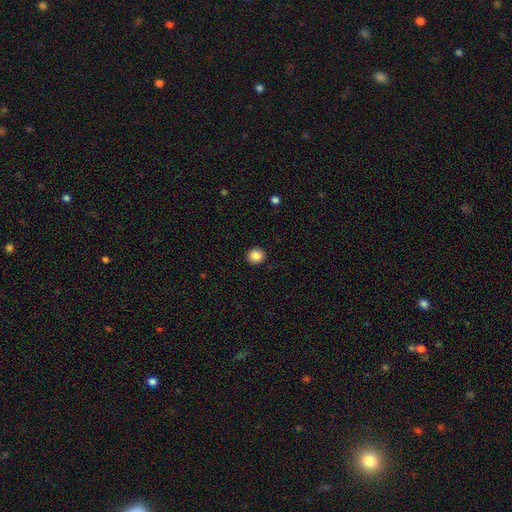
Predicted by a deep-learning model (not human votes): The model was most divided on "how rounded": round: 85%, in between: 14%, cigar-shaped: 1%. More confident: merging — none (92%); smooth or featured — smooth (86%).